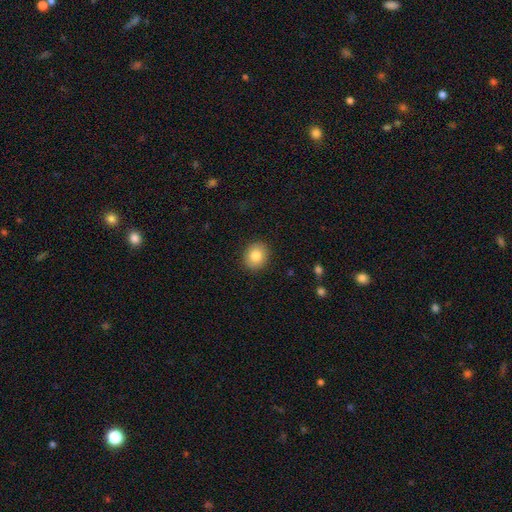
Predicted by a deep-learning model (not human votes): smooth 83%, star or artifact 9%, featured or disk 8%. Down the decision tree: how rounded — round (75%); merging — none (90%).